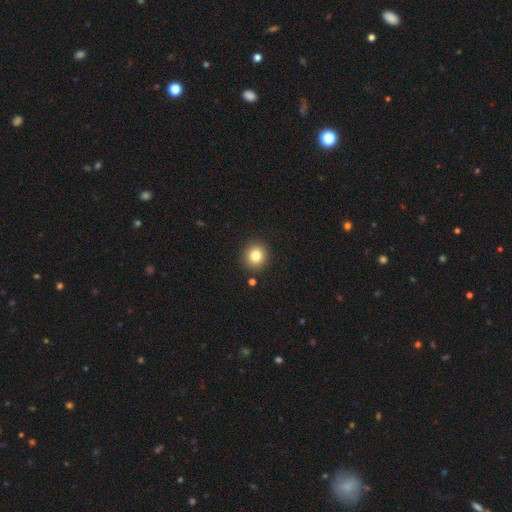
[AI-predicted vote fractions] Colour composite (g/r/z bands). It shows a smooth galaxy with no disk features (82%) that is round (88%). Merging: none (90%).